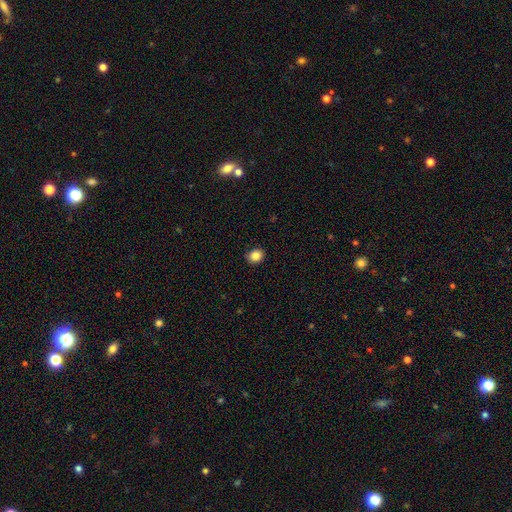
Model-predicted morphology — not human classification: Smooth or featured? Predicted: smooth (p=0.84). How rounded? Predicted: round (p=0.68). Merging? Predicted: none (p=0.88).